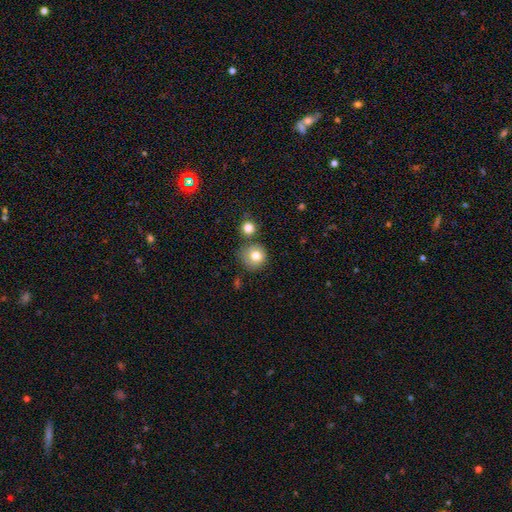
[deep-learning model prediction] Q: Smooth or featured?
A: smooth (79%); runner-up: featured or disk (11%)
Q: How rounded?
A: round (90%); runner-up: in between (9%)
Q: Merging?
A: none (73%); runner-up: minor disturbance (13%)